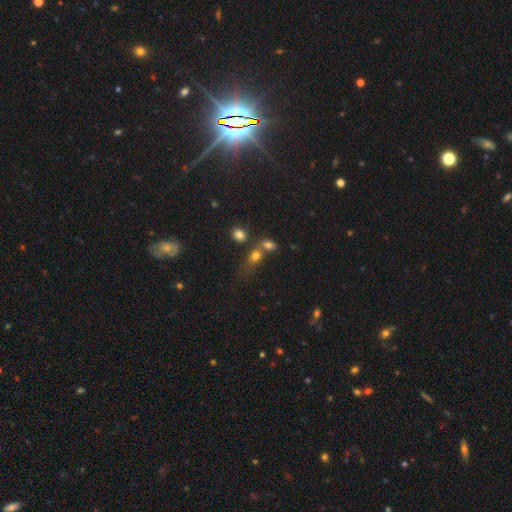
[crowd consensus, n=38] Smooth or featured? 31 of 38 (82%) said smooth. How rounded? 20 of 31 (65%) said in between. Merging? 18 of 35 (51%) said merger.